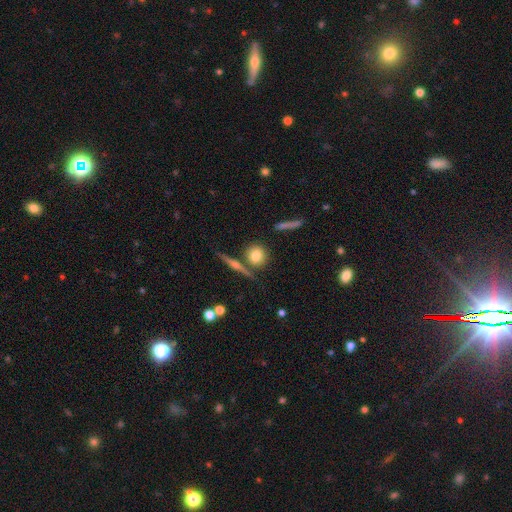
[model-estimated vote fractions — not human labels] Morphology: type=smooth (74%); roundness=round (83%); merging=none (74%).